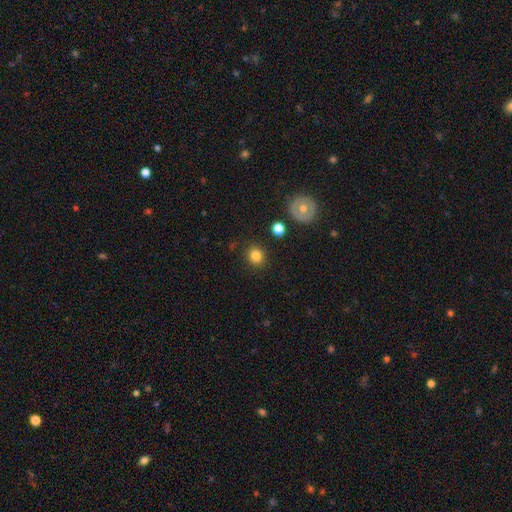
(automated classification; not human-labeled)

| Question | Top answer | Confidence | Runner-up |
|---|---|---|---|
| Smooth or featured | smooth | 82% | star or artifact (11%) |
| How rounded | round | 84% | in between (15%) |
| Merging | none | 88% | minor disturbance (7%) |